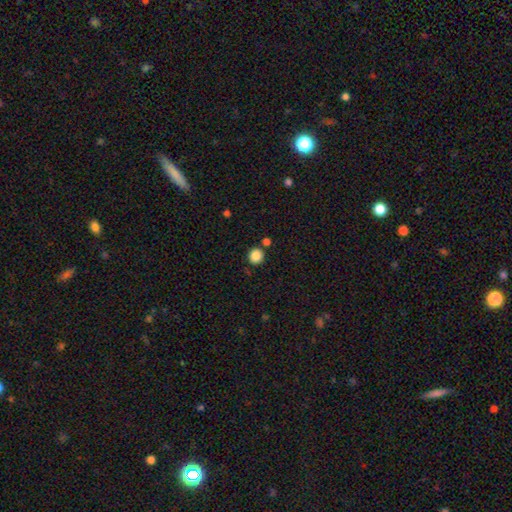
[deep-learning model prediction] smooth_or_featured: smooth (p=0.87) [alt: star or artifact p=0.10]
how_rounded: round (p=0.91) [alt: in between p=0.08]
merging: none (p=0.83) [alt: minor disturbance p=0.08]